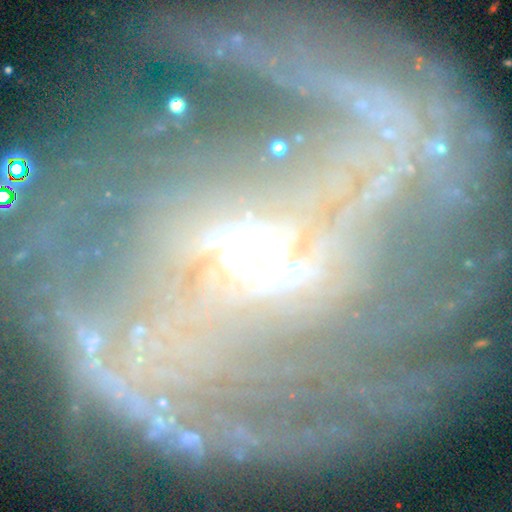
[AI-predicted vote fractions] This is clearly a featured or disk galaxy (88%). It is clearly not viewed edge-on (96%). Bar: marginally weak (37%, tied with strong). Spiral arm pattern: clearly yes (93%). Spiral arm count: marginally 2 (44%). Spiral winding: marginally medium (41%). Central bulge: possibly small (59%). Merging: possibly none (54%).